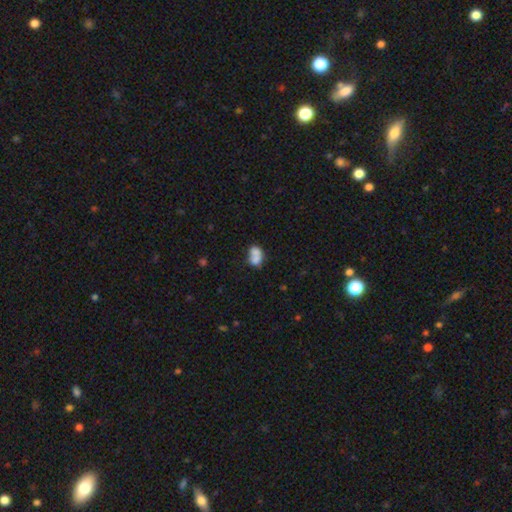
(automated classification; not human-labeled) smooth-or-featured: smooth: 71% | featured or disk: 19% | star or artifact: 10%
  how-rounded: in between: 71% | round: 27% | cigar-shaped: 2%
  merging: merger: 55% | none: 26% | minor disturbance: 12% | major disturbance: 7%